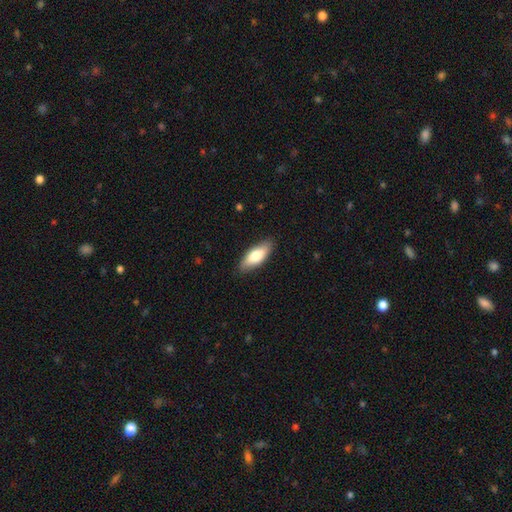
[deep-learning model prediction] The model was most divided on "how rounded": in between: 76%, cigar-shaped: 22%, round: 2%. More confident: merging — none (85%); smooth or featured — smooth (76%).